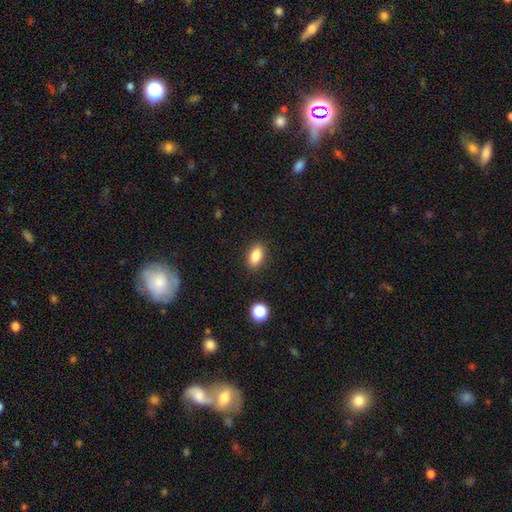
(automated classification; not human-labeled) smooth 85%, star or artifact 9%, featured or disk 6%. Down the decision tree: how rounded — in between (88%); merging — none (88%).